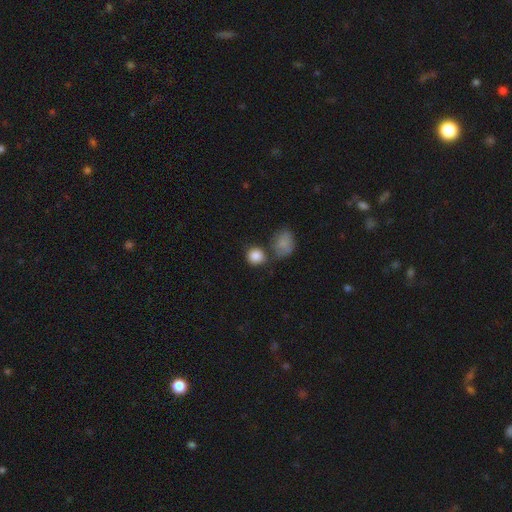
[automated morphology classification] The model was most divided on "merging": none: 62%, merger: 19%, minor disturbance: 13%, major disturbance: 5%. More confident: smooth or featured — smooth (87%); how rounded — round (83%).